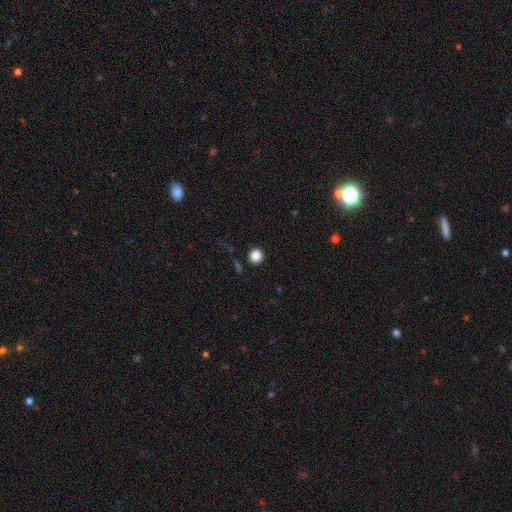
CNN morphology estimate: Smooth or featured?
  - smooth: 86% *
  - star or artifact: 11%
  - featured or disk: 3%
How rounded?
  - round: 90% *
  - in between: 9%
  - cigar-shaped: 1%
Merging?
  - none: 90% *
  - minor disturbance: 6%
  - major disturbance: 2%
  - merger: 2%